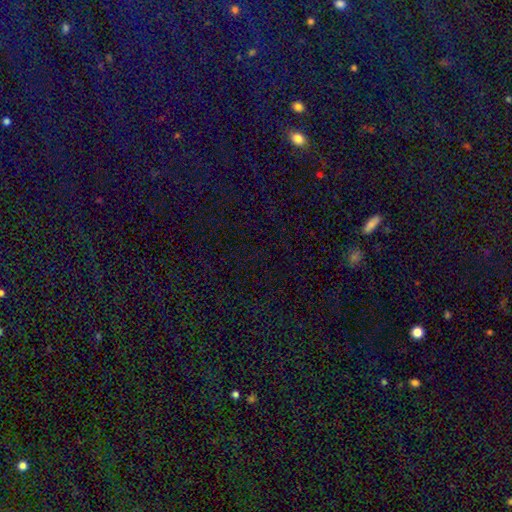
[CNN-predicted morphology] Overall: star or artifact (73%).